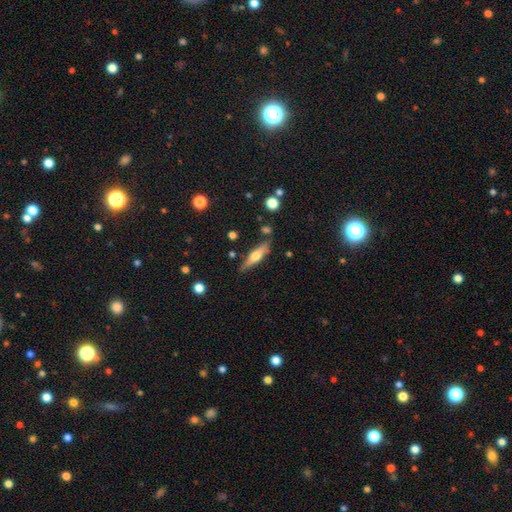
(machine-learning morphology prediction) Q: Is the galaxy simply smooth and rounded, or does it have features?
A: featured or disk — 52%.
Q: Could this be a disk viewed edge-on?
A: yes — 92%.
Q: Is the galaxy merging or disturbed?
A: none — 80%.